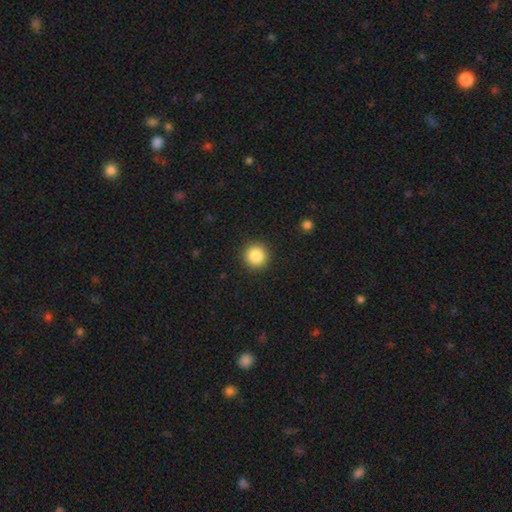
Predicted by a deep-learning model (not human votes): This is clearly a smooth galaxy (86%). How rounded: clearly round (94%). Merging: clearly none (92%).